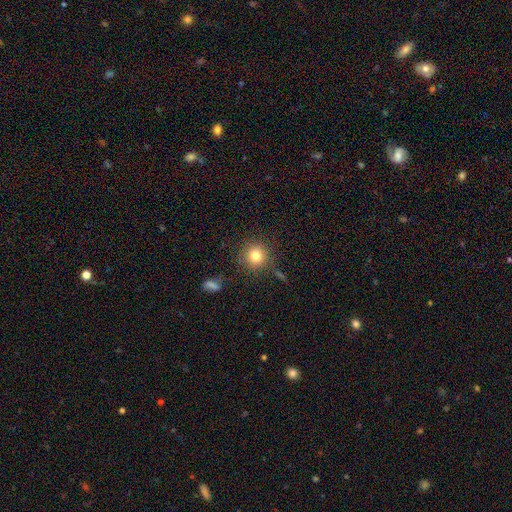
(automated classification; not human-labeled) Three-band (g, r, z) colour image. It shows a smooth galaxy with no disk features (80%) that is round (93%). Merging: none (85%).